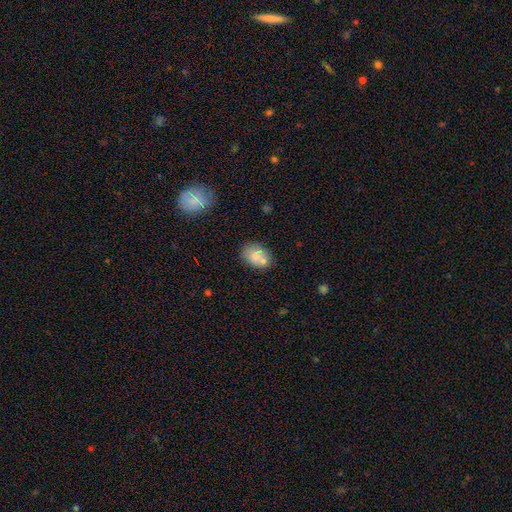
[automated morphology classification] Smooth or featured?
  - smooth: 75% *
  - featured or disk: 17%
  - star or artifact: 9%
How rounded?
  - in between: 71% *
  - round: 27%
  - cigar-shaped: 1%
Merging?
  - none: 57% *
  - merger: 23%
  - minor disturbance: 16%
  - major disturbance: 4%